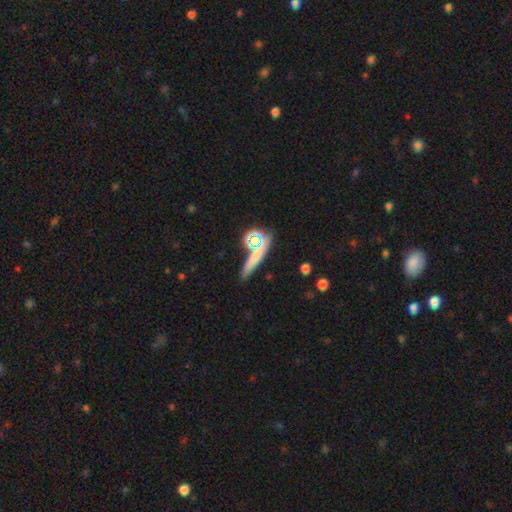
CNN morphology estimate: smooth 62%, star or artifact 20%, featured or disk 18%. Down the decision tree: how rounded — cigar-shaped (69%); merging — none (73%).